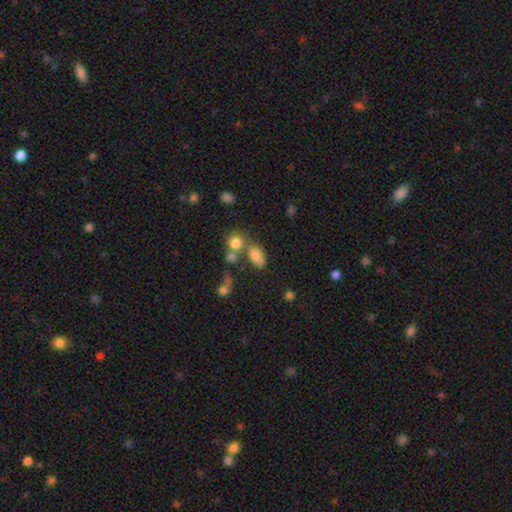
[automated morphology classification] smooth-or-featured: smooth: 76% | star or artifact: 12% | featured or disk: 11%
  how-rounded: in between: 80% | round: 17% | cigar-shaped: 3%
  merging: none: 46% | merger: 31% | minor disturbance: 15% | major disturbance: 9%